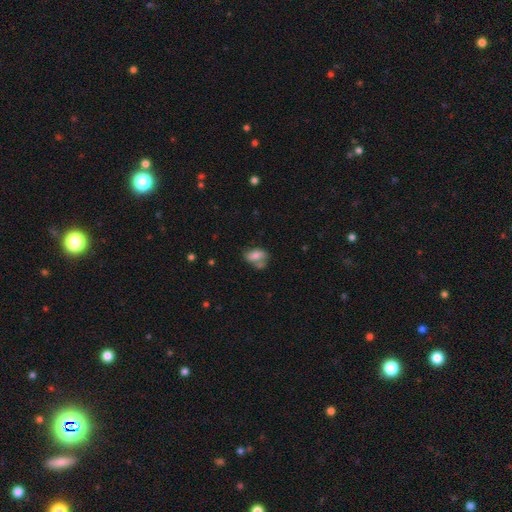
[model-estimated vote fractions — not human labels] Smooth or featured?
  - smooth: 70% *
  - featured or disk: 21%
  - star or artifact: 9%
How rounded?
  - in between: 85% *
  - round: 12%
  - cigar-shaped: 3%
Merging?
  - none: 41% *
  - merger: 27%
  - minor disturbance: 21%
  - major disturbance: 10%